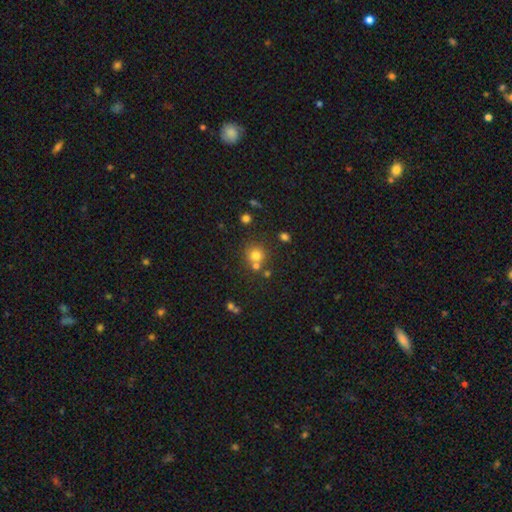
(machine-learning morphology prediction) smooth 74%, star or artifact 16%, featured or disk 10%. Down the decision tree: how rounded — round (90%); merging — none (64%).